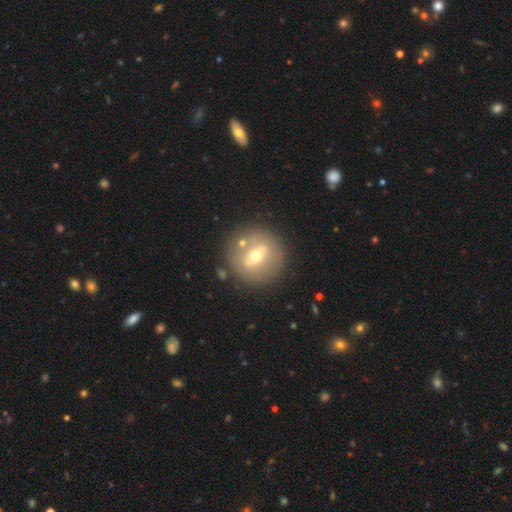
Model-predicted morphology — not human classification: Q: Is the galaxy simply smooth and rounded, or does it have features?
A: featured or disk — 50%.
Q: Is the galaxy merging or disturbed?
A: none — 83%.